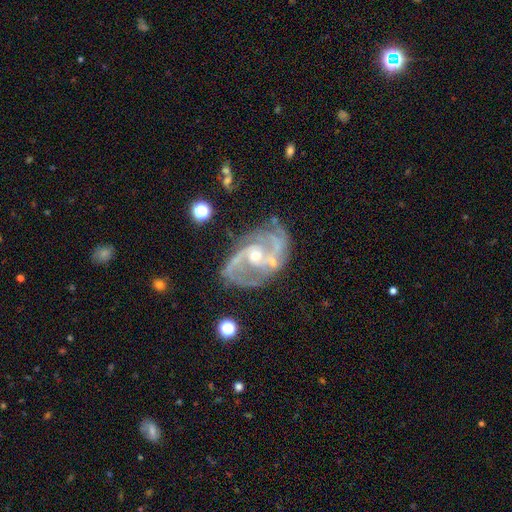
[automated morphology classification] Overall: featured or disk (89%). Edge-on disk: no (97%). Bar: no (47%; weak 39%). Spiral arms: yes (96%). Spiral arm count: 2 (71%). Spiral winding: medium (53%; tight 27%). Bulge size: moderate (49%; small 45%). Merging: none (61%).